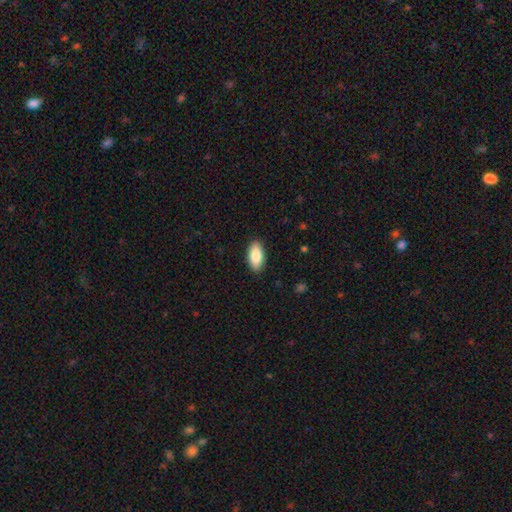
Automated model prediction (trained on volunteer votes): A smooth galaxy with no disk features (86%) that is in between round and cigar-shaped (93%).

Vote fractions:
- Smooth or featured? smooth: 86% / featured or disk: 8% / star or artifact: 6%
- How rounded? in between: 93% / cigar-shaped: 5% / round: 2%
- Merging? none: 89% / minor disturbance: 8% / major disturbance: 2% / merger: 1%